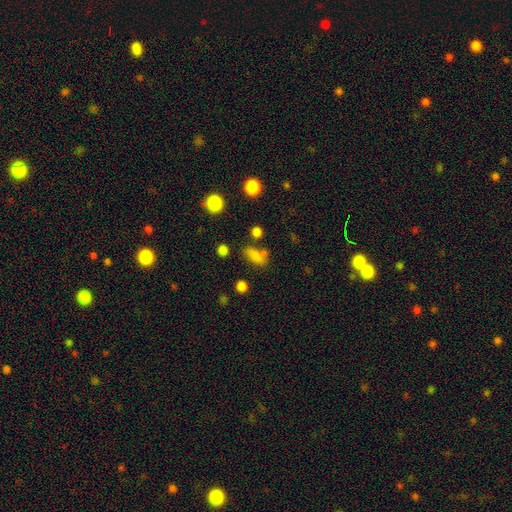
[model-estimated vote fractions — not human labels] Morphology: type=smooth (77%); roundness=in between (77%); merging=none (58%).